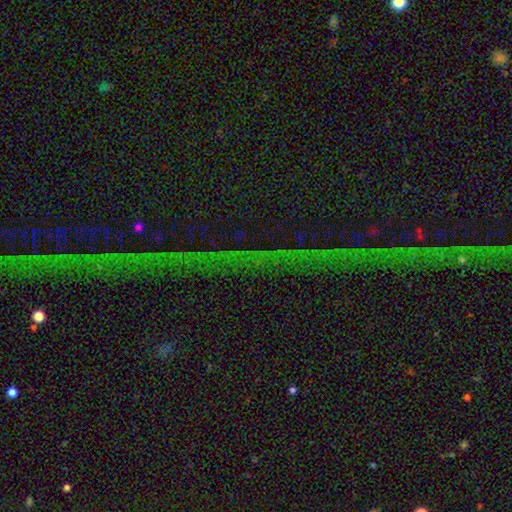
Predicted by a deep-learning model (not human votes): Smooth or featured? Predicted: star or artifact (p=0.83).